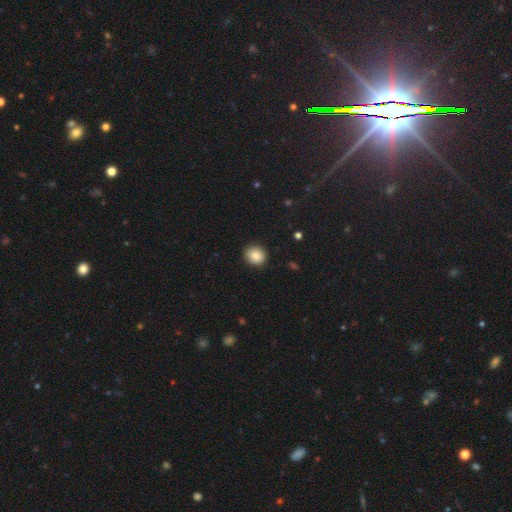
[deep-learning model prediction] The model was most divided on "how rounded": round: 79%, in between: 20%, cigar-shaped: 1%. More confident: merging — none (90%); smooth or featured — smooth (86%).